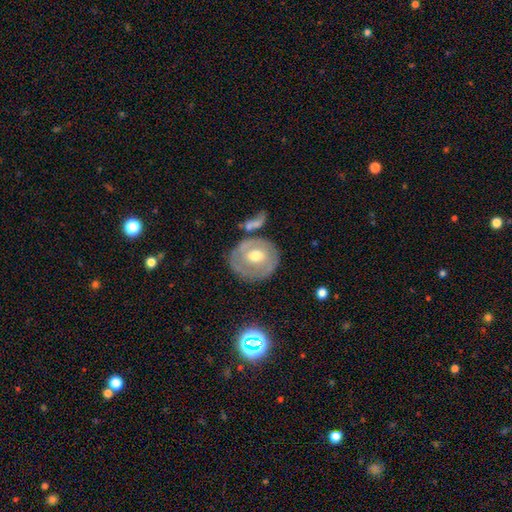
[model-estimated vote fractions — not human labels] The model was most divided on "spiral arms": no: 57%, yes: 43%. More confident: edge-on disk — no (94%); bulge size — moderate (76%); merging — none (66%); bar — no (57%); smooth or featured — featured or disk (56%).